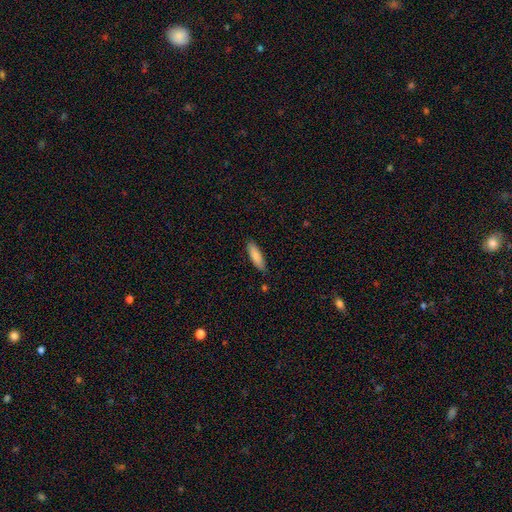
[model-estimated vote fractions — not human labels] Smooth or featured?
  - smooth: 86% *
  - featured or disk: 8%
  - star or artifact: 6%
How rounded?
  - cigar-shaped: 52% *
  - in between: 47%
  - round: 1%
Merging?
  - none: 85% *
  - minor disturbance: 11%
  - major disturbance: 2%
  - merger: 2%